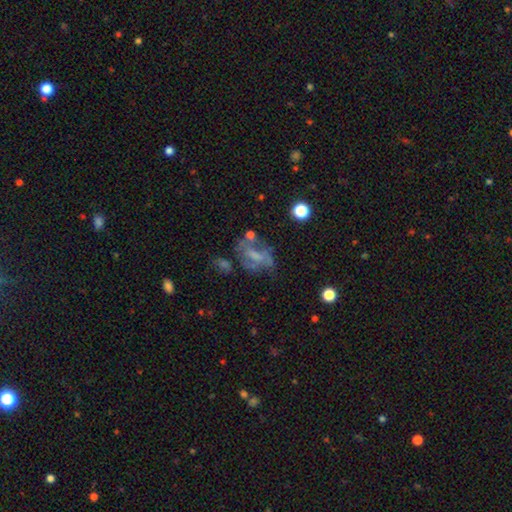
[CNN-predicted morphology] This is possibly a featured or disk galaxy (52%). It is clearly not viewed edge-on (95%). Merging: marginally none (39%).